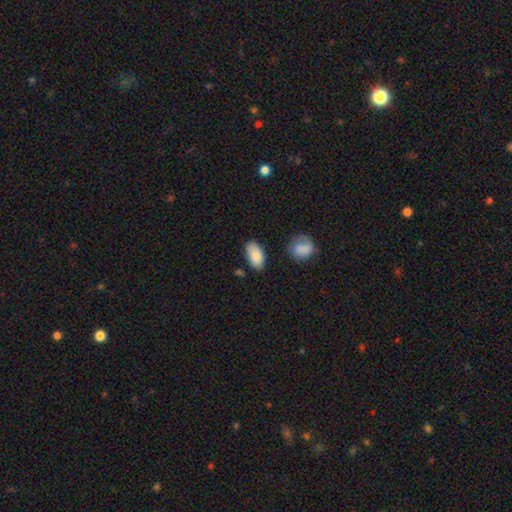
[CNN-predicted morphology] Smooth or featured?
  - smooth: 87% *
  - featured or disk: 7%
  - star or artifact: 6%
How rounded?
  - in between: 94% *
  - round: 4%
  - cigar-shaped: 2%
Merging?
  - none: 78% *
  - minor disturbance: 15%
  - merger: 4%
  - major disturbance: 3%